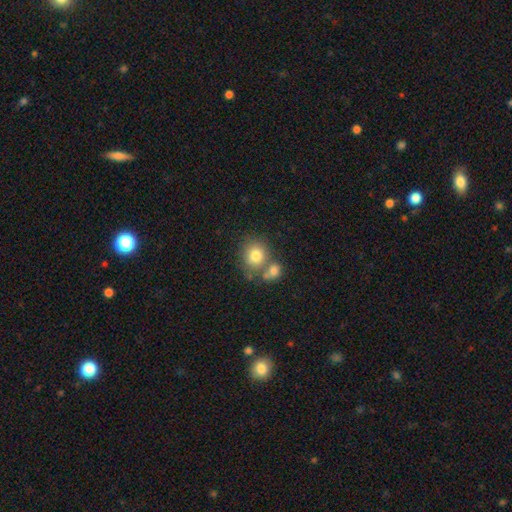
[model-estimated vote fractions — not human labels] smooth-or-featured: smooth: 77% | featured or disk: 12% | star or artifact: 11%
  how-rounded: round: 78% | in between: 21% | cigar-shaped: 1%
  merging: none: 51% | merger: 34% | minor disturbance: 11% | major disturbance: 4%